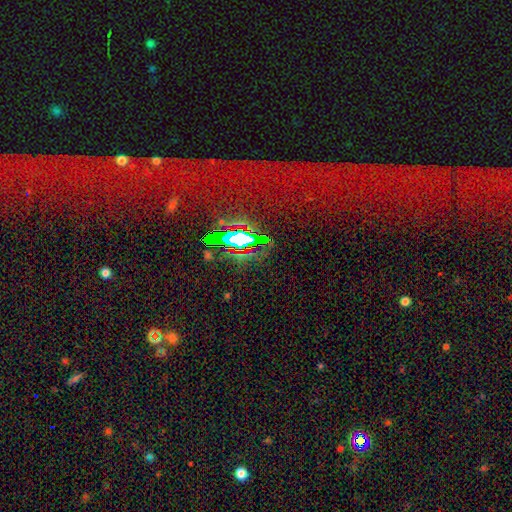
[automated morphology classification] smooth-or-featured: star or artifact: 75% | featured or disk: 13% | smooth: 12%